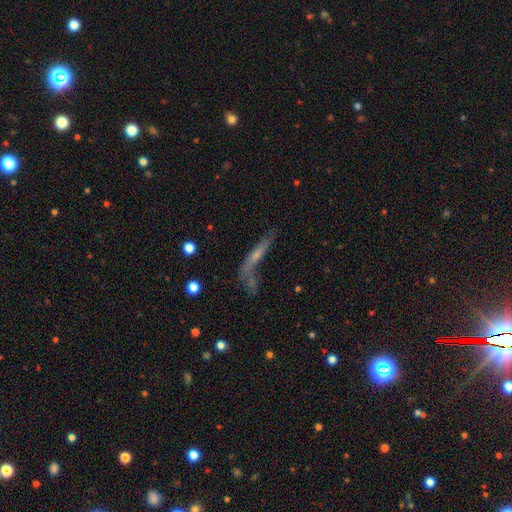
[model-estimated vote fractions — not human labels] A smooth galaxy with no disk features (44%, tied with featured or disk). Merging: none (41%).